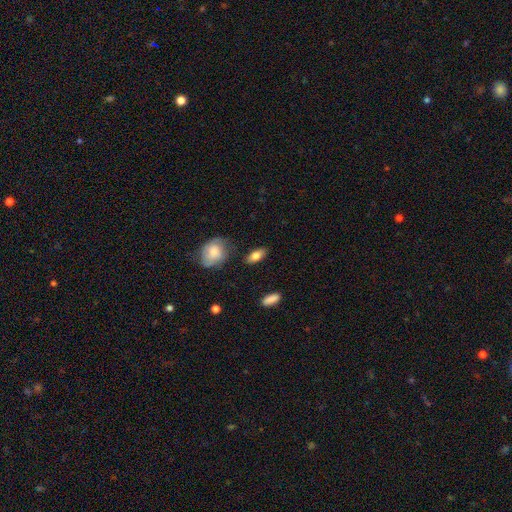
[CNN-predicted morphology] Smooth or featured?
  - smooth: 79% *
  - featured or disk: 14%
  - star or artifact: 7%
How rounded?
  - in between: 85% *
  - cigar-shaped: 11%
  - round: 5%
Merging?
  - none: 81% *
  - minor disturbance: 13%
  - major disturbance: 3%
  - merger: 3%